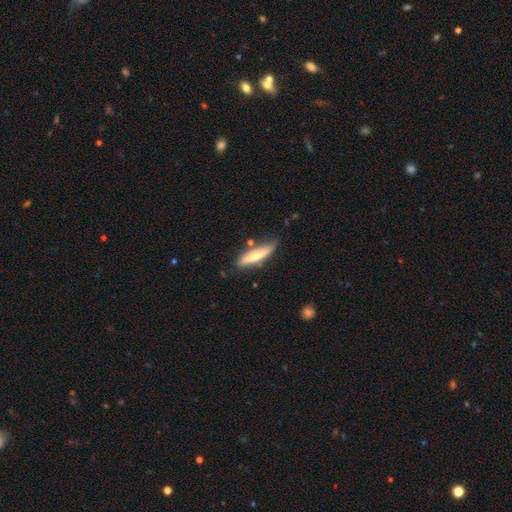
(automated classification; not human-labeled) Smooth or featured? Predicted: smooth (p=0.58). How rounded? Predicted: cigar-shaped (p=0.78). Merging? Predicted: none (p=0.74).